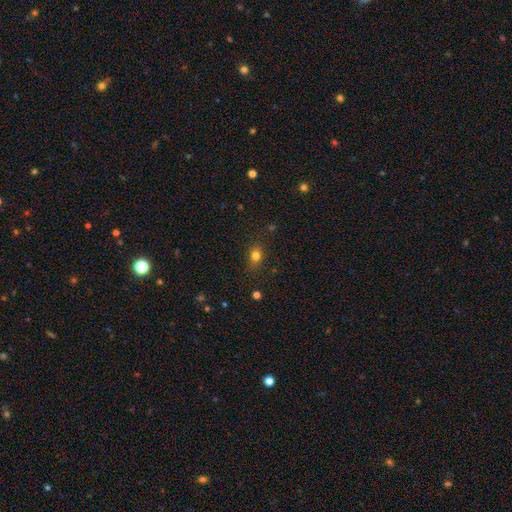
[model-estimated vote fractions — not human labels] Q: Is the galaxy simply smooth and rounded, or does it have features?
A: smooth — 78%.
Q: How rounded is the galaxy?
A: in between — 61%.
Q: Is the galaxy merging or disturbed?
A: none — 83%.